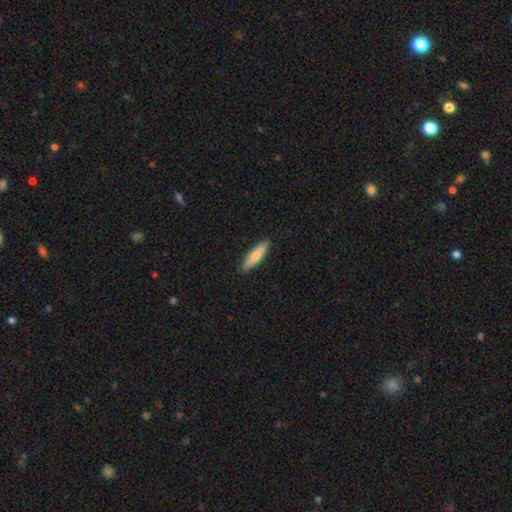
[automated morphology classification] Smooth or featured: smooth — 70% (featured or disk — 25%)
How rounded: cigar-shaped — 67% (in between — 32%)
Merging: none — 90% (minor disturbance — 8%)